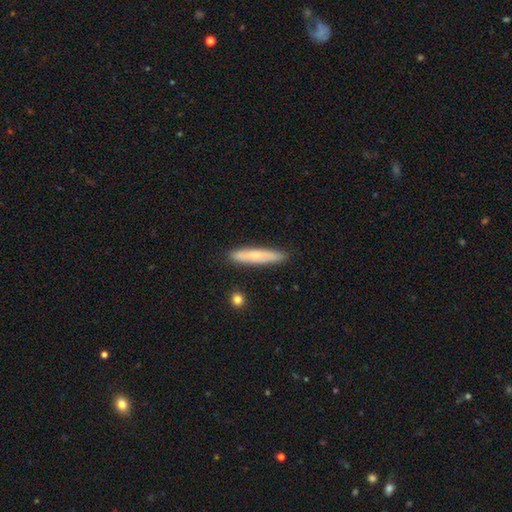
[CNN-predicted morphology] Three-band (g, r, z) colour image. It shows a smooth galaxy with no disk features (63%) that is cigar-shaped (90%). Merging: none (88%).